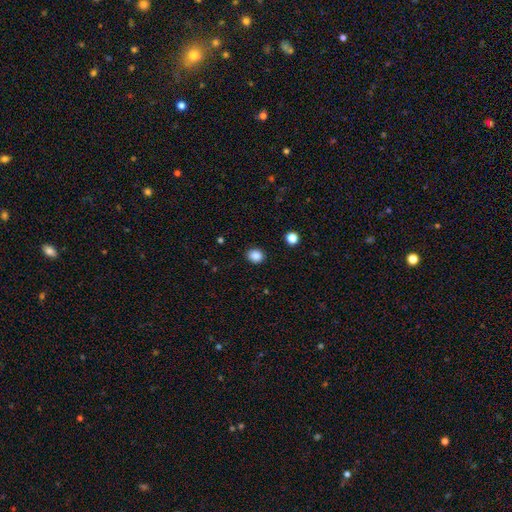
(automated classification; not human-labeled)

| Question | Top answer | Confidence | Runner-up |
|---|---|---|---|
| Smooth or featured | smooth | 87% | star or artifact (10%) |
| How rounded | round | 67% | in between (32%) |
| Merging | none | 89% | minor disturbance (7%) |